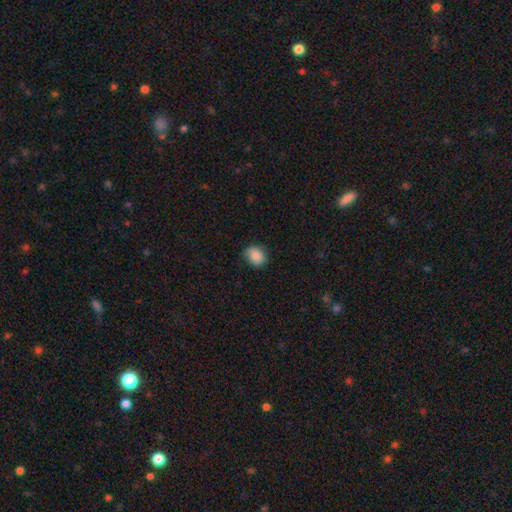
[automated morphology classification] Q: Smooth or featured?
A: smooth (86%); runner-up: star or artifact (8%)
Q: How rounded?
A: round (58%); runner-up: in between (41%)
Q: Merging?
A: none (78%); runner-up: minor disturbance (18%)